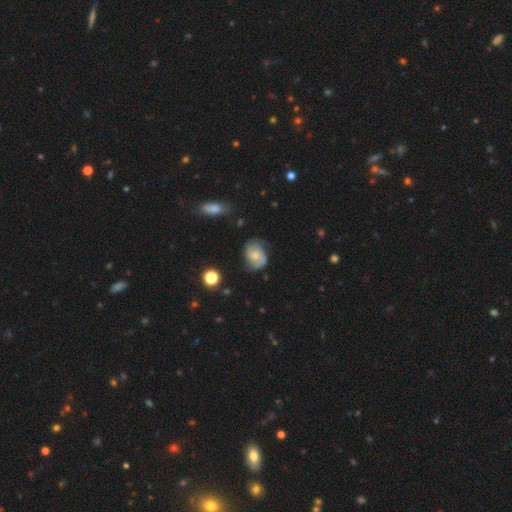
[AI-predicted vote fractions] Smooth or featured?
  - featured or disk: 61% *
  - smooth: 31%
  - star or artifact: 8%
Edge-on disk?
  - no: 97% *
  - yes: 3%
Bar?
  - no: 70% *
  - weak: 26%
  - strong: 4%
Spiral arms?
  - yes: 89% *
  - no: 11%
Spiral winding?
  - medium: 43% *
  - tight: 35%
  - loose: 22%
Spiral arm count?
  - 2: 79% *
  - can't tell: 12%
  - 1: 4%
  - 3: 2%
  - 4: 1%
  - more than 4: 1%
Bulge size?
  - moderate: 45% * (tied)
  - small: 45% * (tied)
  - none: 5%
  - large: 4%
  - dominant: 1%
Merging?
  - none: 63% *
  - minor disturbance: 25%
  - major disturbance: 10%
  - merger: 2%